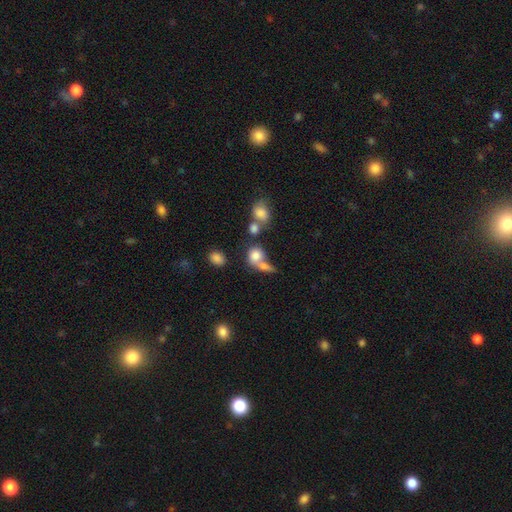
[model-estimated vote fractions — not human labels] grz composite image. It shows a smooth galaxy with no disk features (76%) that is round (66%). Merging: merger (50%).